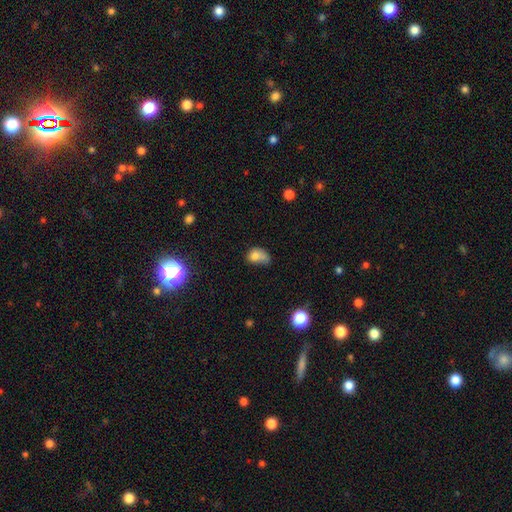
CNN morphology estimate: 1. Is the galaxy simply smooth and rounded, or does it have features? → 72% smooth, 15% featured or disk, 12% star or artifact.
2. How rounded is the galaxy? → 64% in between, 35% round, 2% cigar-shaped.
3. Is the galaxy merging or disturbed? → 35% merger, 26% none, 22% minor disturbance, 17% major disturbance.